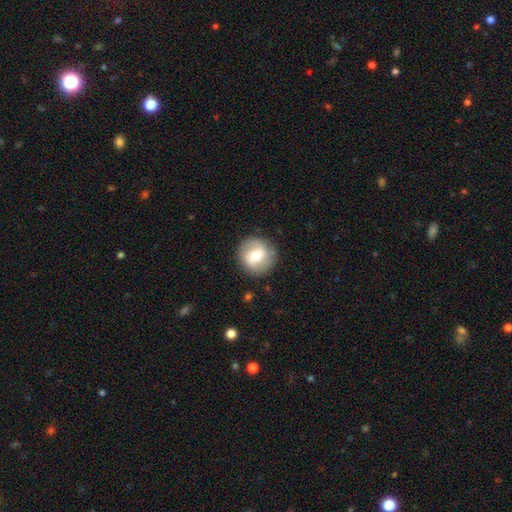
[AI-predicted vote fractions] A smooth galaxy with no disk features (48%).

Vote fractions:
- Smooth or featured? smooth: 48% / featured or disk: 45% / star or artifact: 7%
- Merging? none: 86% / minor disturbance: 9% / major disturbance: 3% / merger: 1%